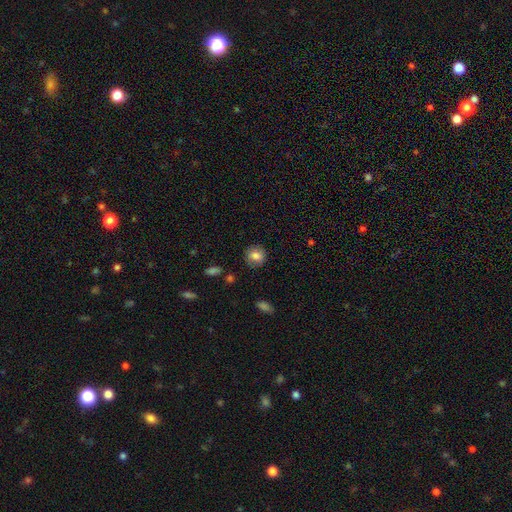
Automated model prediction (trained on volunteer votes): This is likely a smooth galaxy (80%). How rounded: clearly round (81%). Merging: clearly none (84%).